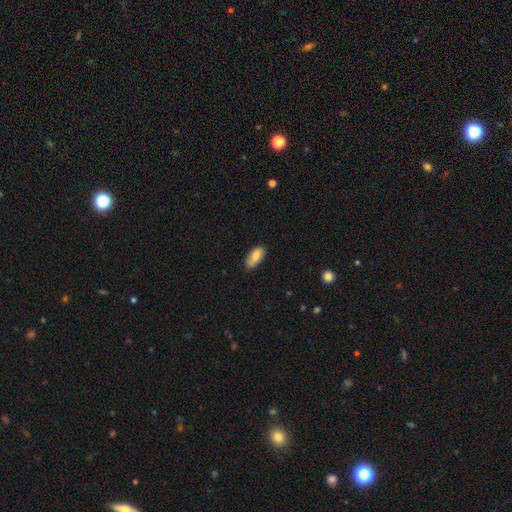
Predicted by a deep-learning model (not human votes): smooth_or_featured: smooth (p=0.77) [alt: featured or disk p=0.16]
how_rounded: in between (p=0.87) [alt: cigar-shaped p=0.11]
merging: none (p=0.72) [alt: minor disturbance p=0.22]